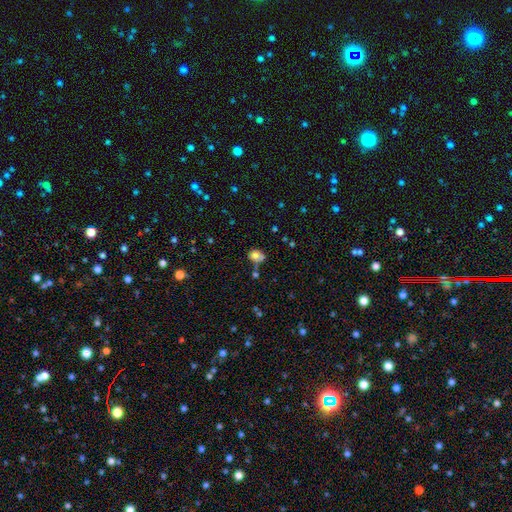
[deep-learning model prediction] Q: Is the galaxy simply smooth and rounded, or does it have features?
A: smooth — 74%.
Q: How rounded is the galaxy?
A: round — 55%.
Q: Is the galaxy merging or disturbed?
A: none — 51%.